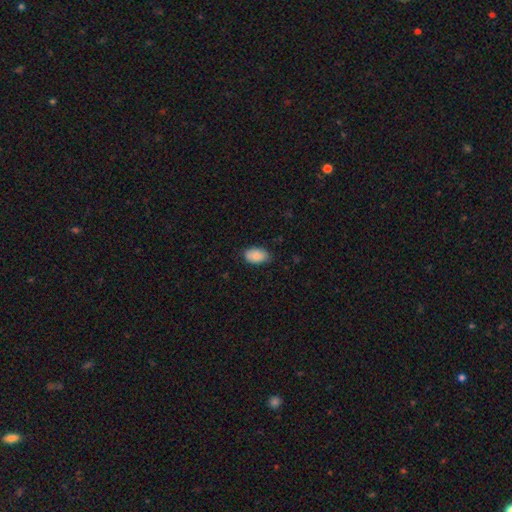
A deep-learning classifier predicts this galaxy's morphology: Overall: smooth (87%). How rounded: in between (93%). Merging: none (79%).